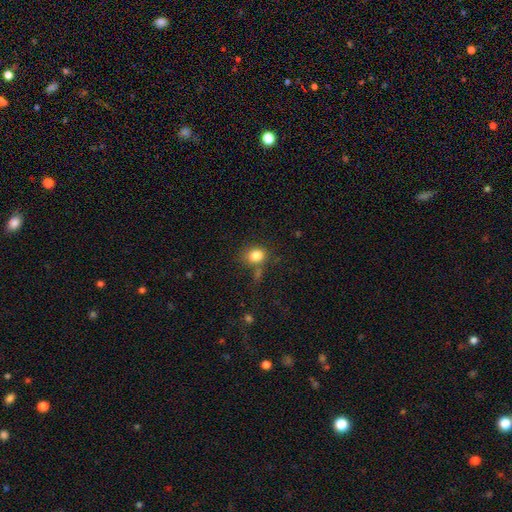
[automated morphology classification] A smooth galaxy with no disk features (83%) that is in between round and cigar-shaped (51%).

Vote fractions:
- Smooth or featured? smooth: 83% / star or artifact: 11% / featured or disk: 7%
- How rounded? in between: 51% / round: 48% / cigar-shaped: 1%
- Merging? none: 62% / minor disturbance: 18% / merger: 13% / major disturbance: 8%